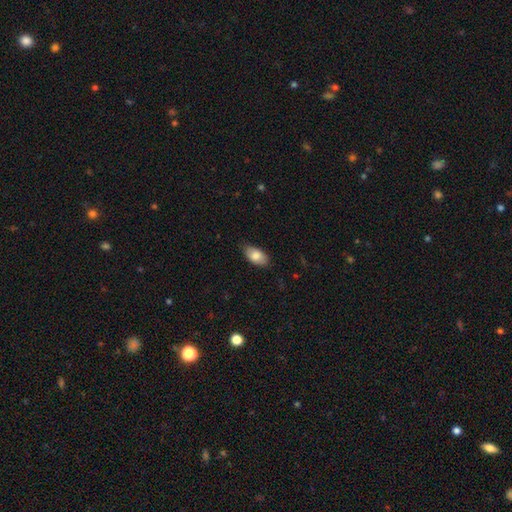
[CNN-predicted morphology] This is clearly a smooth galaxy (83%). How rounded: clearly in between (94%). Merging: clearly none (82%).